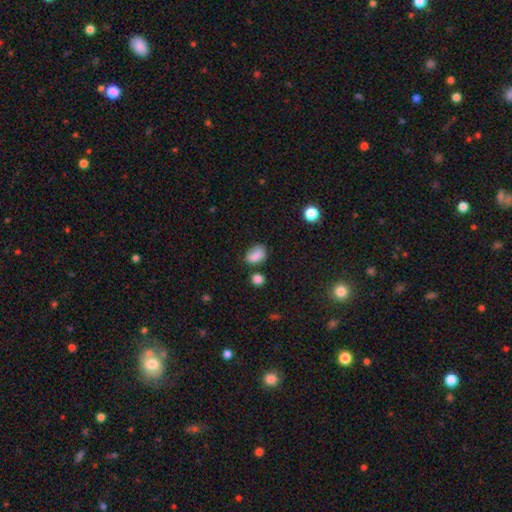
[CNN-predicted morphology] Smooth or featured: smooth — 82% (star or artifact — 10%)
How rounded: in between — 78% (round — 21%)
Merging: none — 63% (minor disturbance — 23%)